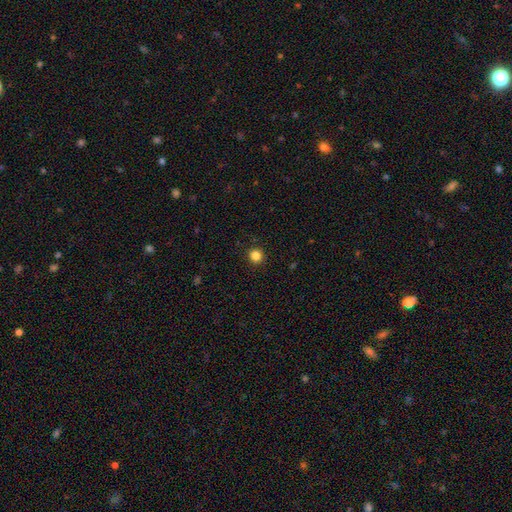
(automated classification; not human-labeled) This appears to be a smooth galaxy with no disk features (84%) that is round (94%). Merging: none (93%).